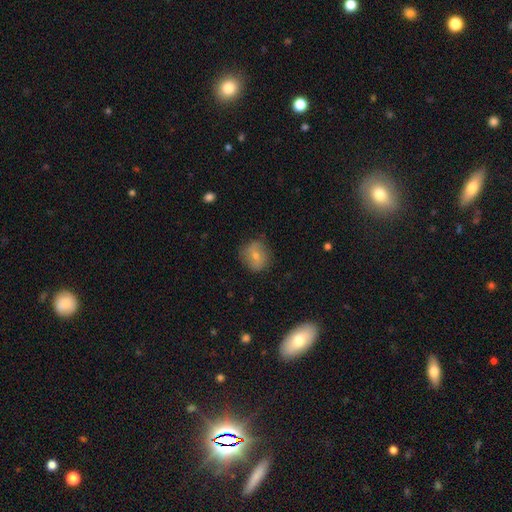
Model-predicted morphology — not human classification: This appears to be a smooth galaxy with no disk features (67%) that is round (76%). Merging: none (76%).